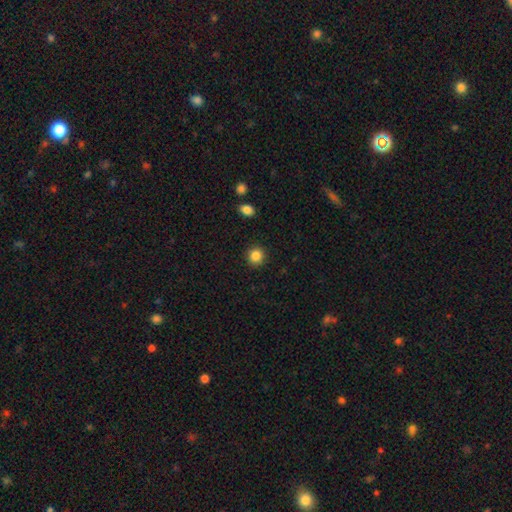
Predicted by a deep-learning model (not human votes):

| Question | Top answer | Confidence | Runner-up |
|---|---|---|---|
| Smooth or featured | smooth | 86% | star or artifact (10%) |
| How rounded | round | 91% | in between (8%) |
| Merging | none | 92% | minor disturbance (5%) |